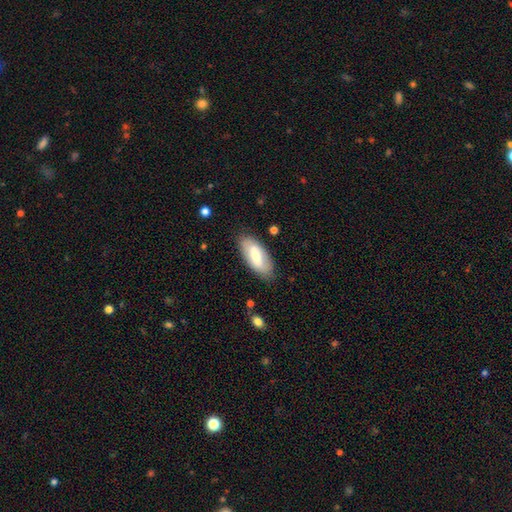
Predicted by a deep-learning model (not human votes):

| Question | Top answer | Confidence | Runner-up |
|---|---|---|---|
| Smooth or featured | smooth | 64% | featured or disk (31%) |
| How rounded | in between | 86% | cigar-shaped (12%) |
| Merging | none | 83% | minor disturbance (12%) |